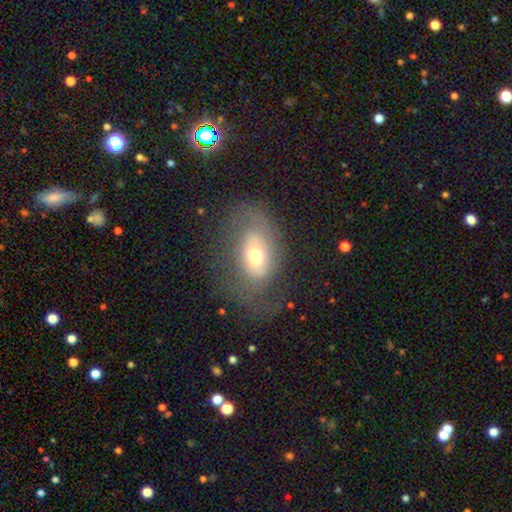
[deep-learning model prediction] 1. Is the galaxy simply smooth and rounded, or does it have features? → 46% smooth, 44% featured or disk, 9% star or artifact.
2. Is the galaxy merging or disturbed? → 44% none, 29% major disturbance, 25% minor disturbance, 2% merger.